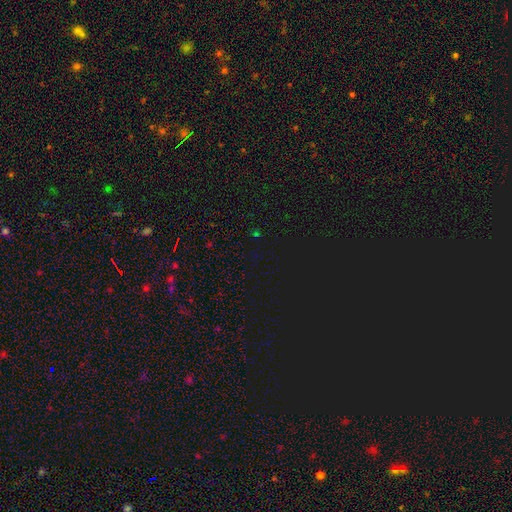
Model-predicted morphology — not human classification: Smooth or featured? star or artifact (72%)